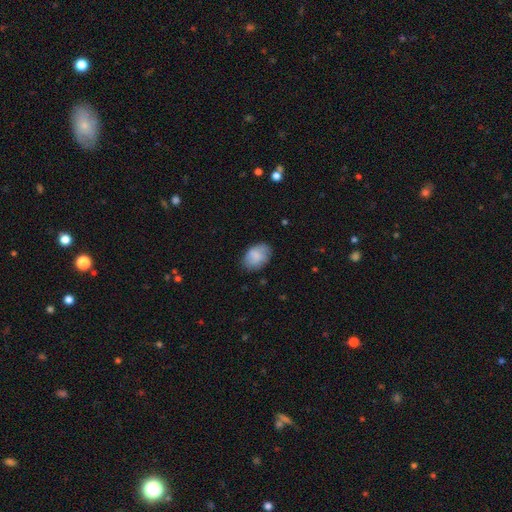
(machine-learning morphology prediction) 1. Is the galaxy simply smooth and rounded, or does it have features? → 80% smooth, 12% featured or disk, 7% star or artifact.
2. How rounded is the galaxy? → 80% in between, 19% round, 1% cigar-shaped.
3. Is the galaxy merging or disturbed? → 73% none, 20% minor disturbance, 5% major disturbance, 1% merger.